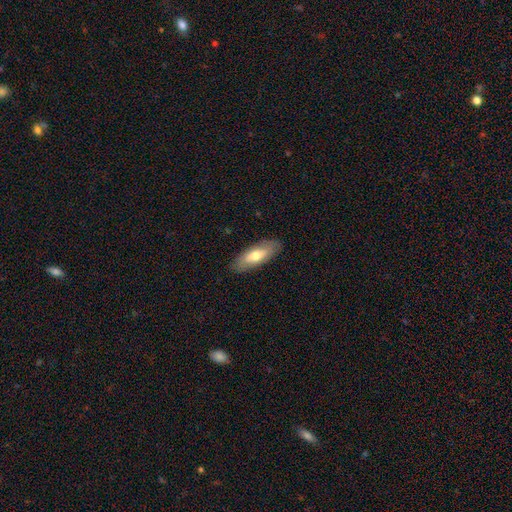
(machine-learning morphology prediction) Smooth or featured? Predicted: smooth (p=0.65). How rounded? Predicted: in between (p=0.69). Merging? Predicted: none (p=0.87).